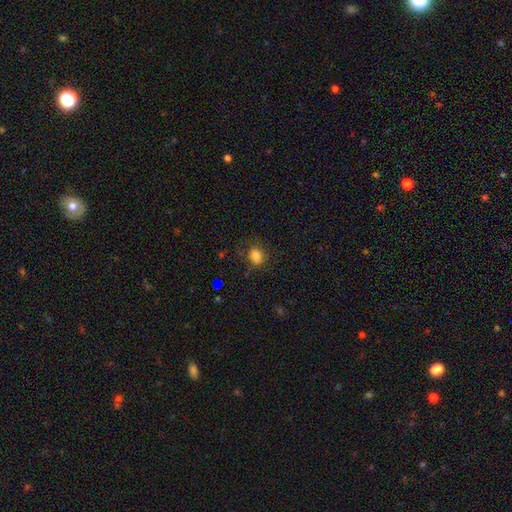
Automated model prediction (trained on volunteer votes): This appears to be a smooth galaxy with no disk features (82%) that is in between round and cigar-shaped (49%, tied with round). Merging: none (76%).